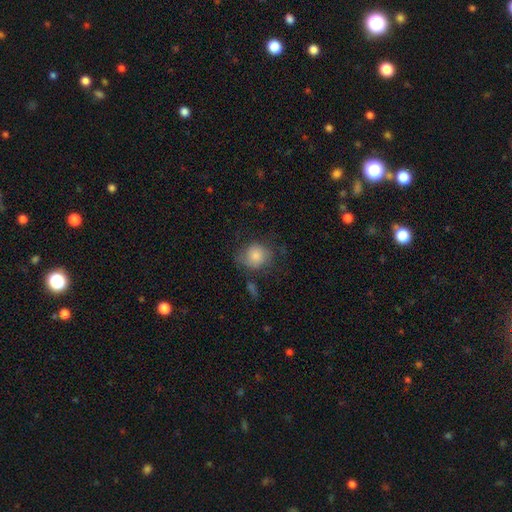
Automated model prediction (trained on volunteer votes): Smooth or featured: smooth — 71% (featured or disk — 20%)
How rounded: round — 77% (in between — 22%)
Merging: none — 53% (minor disturbance — 26%)